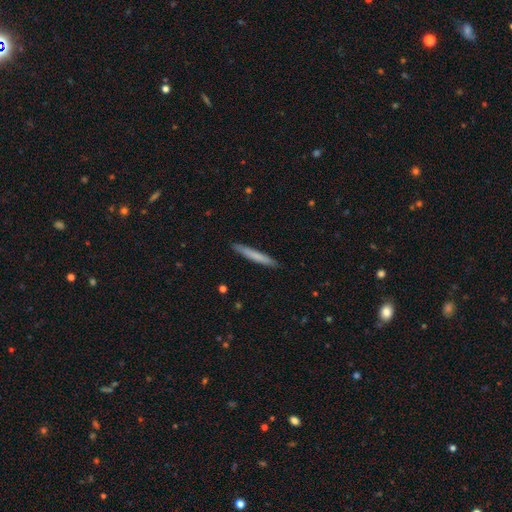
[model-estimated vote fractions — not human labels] Smooth or featured?
  - smooth: 72% *
  - featured or disk: 23%
  - star or artifact: 5%
How rounded?
  - cigar-shaped: 96% *
  - in between: 2%
  - round: 1%
Merging?
  - none: 91% *
  - minor disturbance: 7%
  - major disturbance: 1%
  - merger: 1%